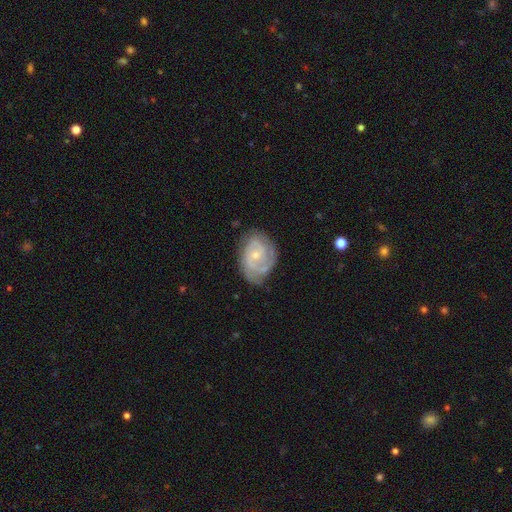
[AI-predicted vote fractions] Smooth or featured? Predicted: featured or disk (p=0.82). Edge-on disk? Predicted: no (p=0.97). Bar? Predicted: no (p=0.69). Spiral arms? Predicted: yes (p=0.94). Spiral winding? Predicted: tight (p=0.59). Spiral arm count? Predicted: 2 (p=0.47). Bulge size? Predicted: small (p=0.66). Merging? Predicted: none (p=0.69).